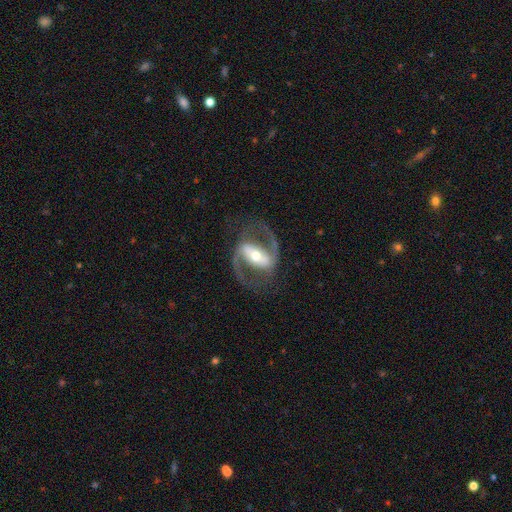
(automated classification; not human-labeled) This appears to be a featured or disk galaxy (91%) with a strong bar (63%), 2 (93%) medium (60%) spiral arms (96%) and a moderate central bulge (58%). Merging: none (79%).